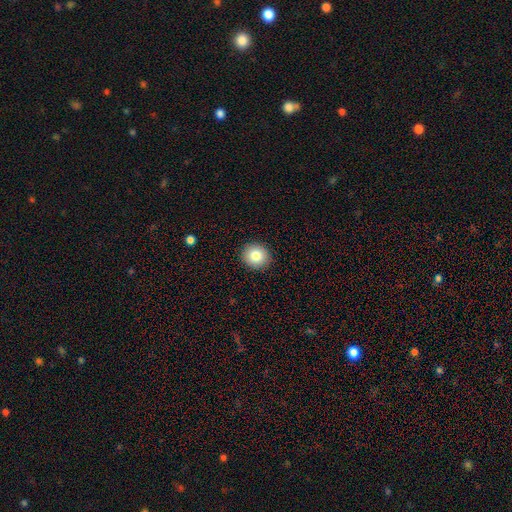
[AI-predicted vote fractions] smooth 83%, star or artifact 9%, featured or disk 8%. Down the decision tree: how rounded — round (87%); merging — none (92%).